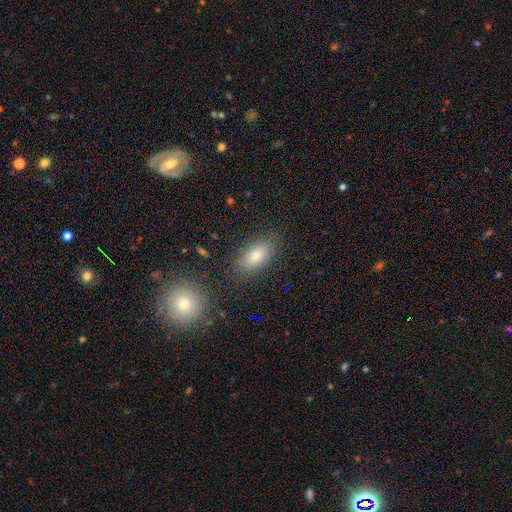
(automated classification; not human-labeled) This is likely a smooth galaxy (79%). How rounded: clearly in between (88%). Merging: clearly none (82%).